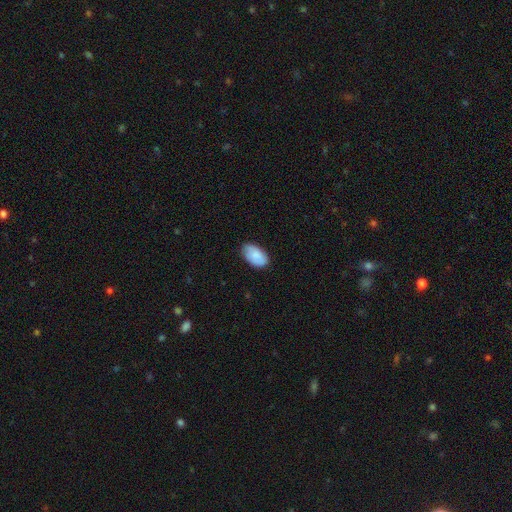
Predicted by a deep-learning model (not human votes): smooth 84%, featured or disk 10%, star or artifact 6%. Down the decision tree: how rounded — in between (94%); merging — none (80%).